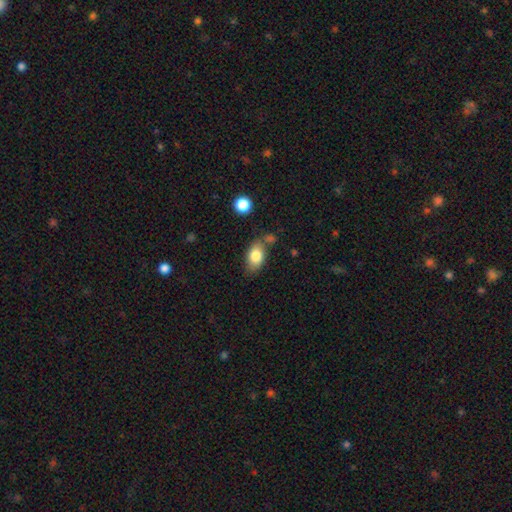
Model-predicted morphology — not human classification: Smooth or featured? smooth (81%)
How rounded? in between (86%)
Merging? none (64%)